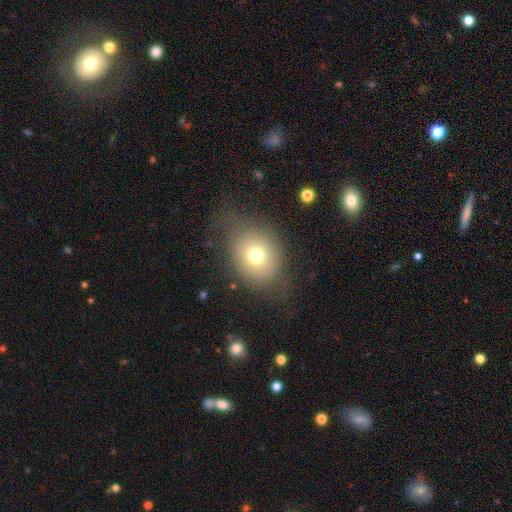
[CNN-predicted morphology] smooth-or-featured: smooth: 70% | featured or disk: 18% | star or artifact: 13%
  how-rounded: round: 54% | in between: 45% | cigar-shaped: 1%
  merging: none: 61% | minor disturbance: 22% | major disturbance: 16% | merger: 2%